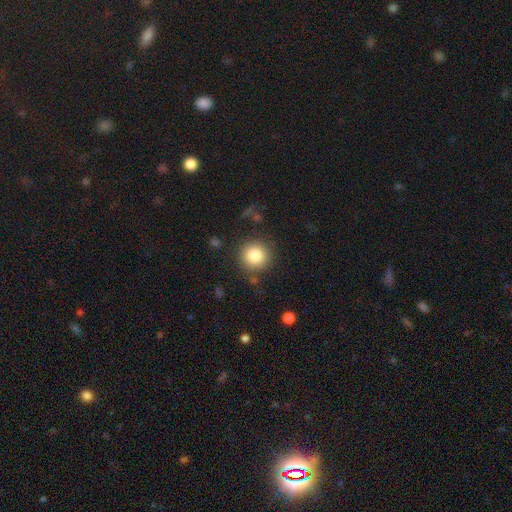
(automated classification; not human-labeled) Smooth or featured: smooth — 82% (star or artifact — 11%)
How rounded: round — 94% (in between — 5%)
Merging: none — 86% (minor disturbance — 8%)